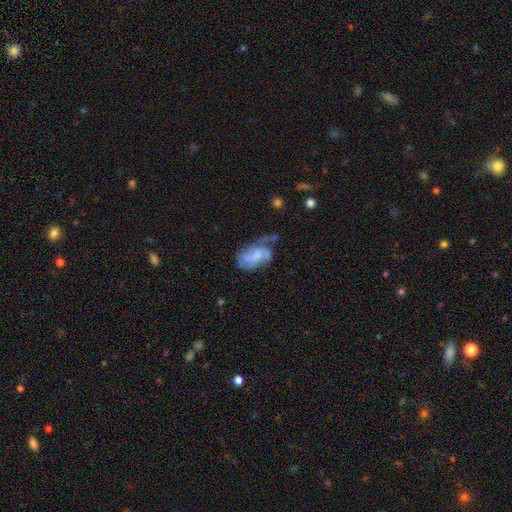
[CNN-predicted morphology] A featured or disk galaxy (56%) with no bar (60%), spiral arms (70%) and a small central bulge (32%, tied with none). Merging: none (32%).